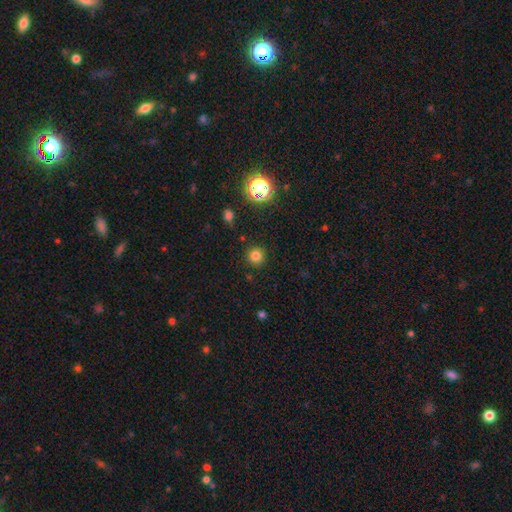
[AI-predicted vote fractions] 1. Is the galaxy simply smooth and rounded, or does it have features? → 79% smooth, 17% star or artifact, 5% featured or disk.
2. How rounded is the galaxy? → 94% round, 5% in between, 1% cigar-shaped.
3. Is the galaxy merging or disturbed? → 89% none, 7% minor disturbance, 2% major disturbance, 2% merger.